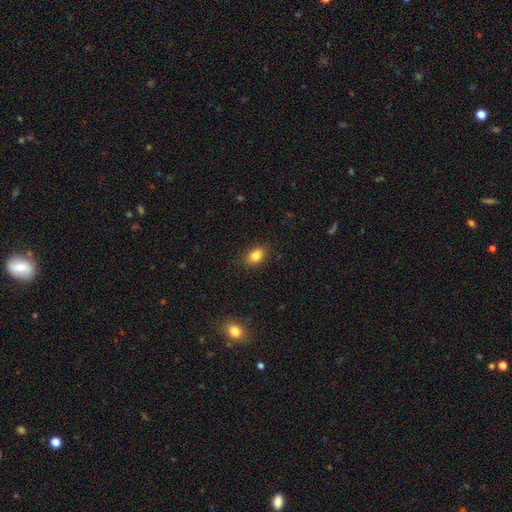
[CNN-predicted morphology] type=smooth (85%); roundness=in between (83%); merging=none (85%).